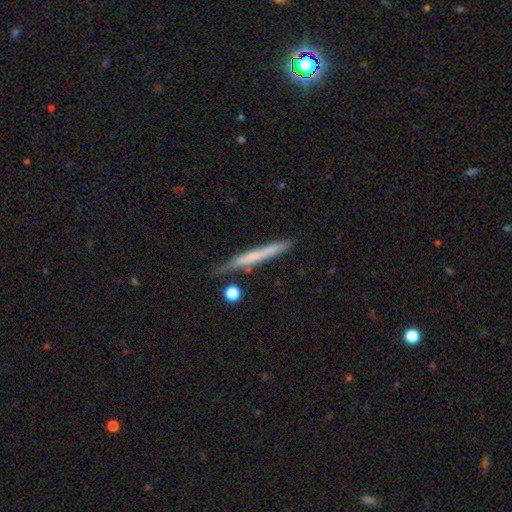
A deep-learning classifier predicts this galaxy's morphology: This is possibly a smooth galaxy (53%). How rounded: clearly cigar-shaped (96%). Merging: likely none (78%).